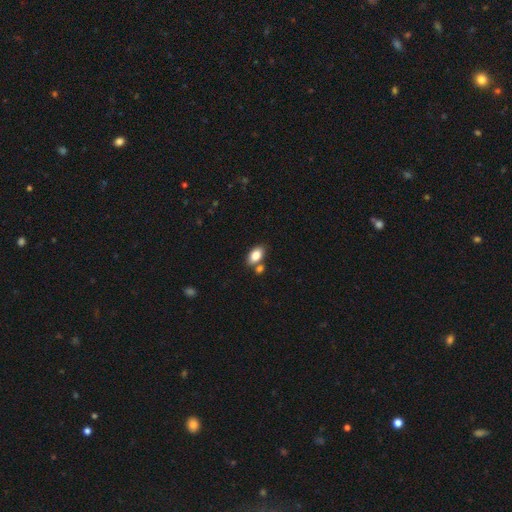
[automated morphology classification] Smooth or featured? smooth (84%)
How rounded? in between (90%)
Merging? none (65%)